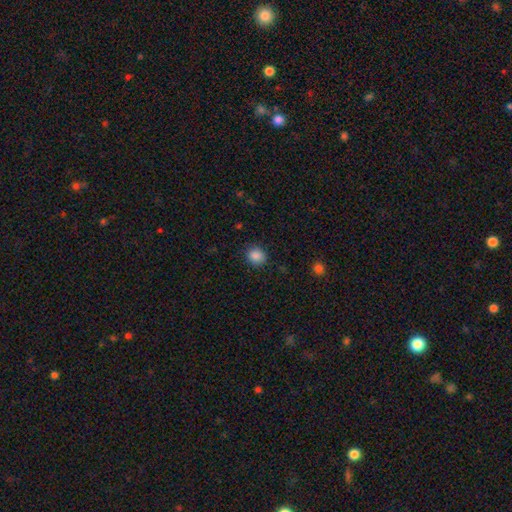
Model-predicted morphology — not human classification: A smooth galaxy with no disk features (86%) that is round (78%). Merging: none (89%).